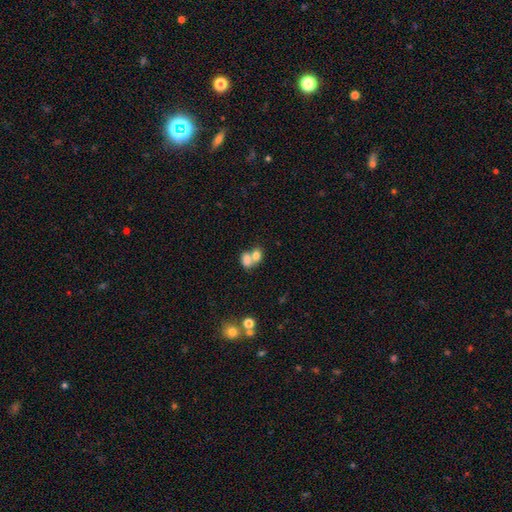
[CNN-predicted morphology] This is likely a smooth galaxy (75%). How rounded: likely in between (67%). Merging: likely merger (65%).